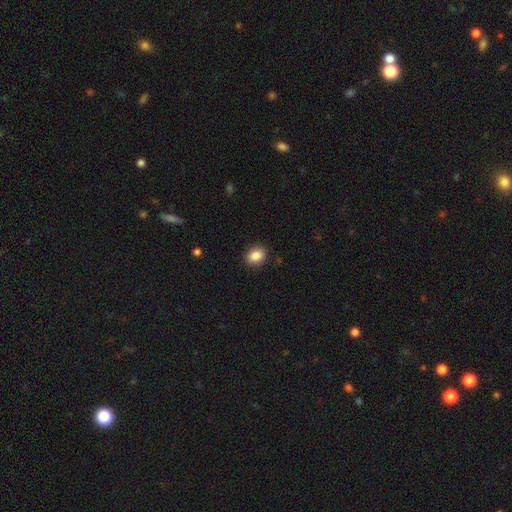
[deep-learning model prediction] Morphology: type=smooth (87%); roundness=in between (56%); merging=none (89%).